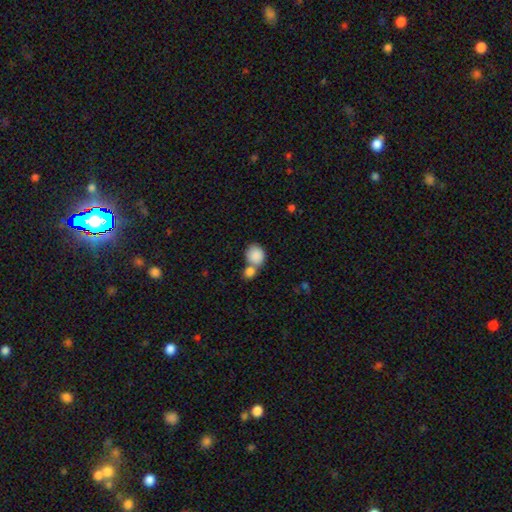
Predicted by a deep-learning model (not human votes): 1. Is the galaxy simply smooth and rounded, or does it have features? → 87% smooth, 7% star or artifact, 6% featured or disk.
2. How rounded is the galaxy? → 75% round, 24% in between, 1% cigar-shaped.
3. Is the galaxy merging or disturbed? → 50% merger, 38% none, 9% minor disturbance, 3% major disturbance.